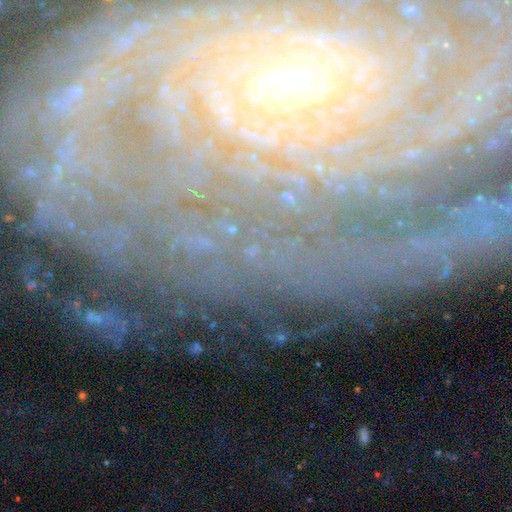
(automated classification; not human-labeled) This appears to be a featured or disk galaxy (74%) with no bar (57%), tight (82%) spiral arms (89%) and a small central bulge (63%). Merging: none (75%).